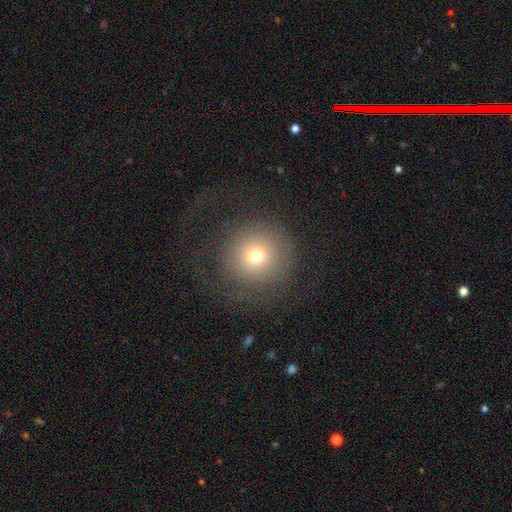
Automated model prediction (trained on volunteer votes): Smooth or featured: smooth — 66% (featured or disk — 18%)
How rounded: round — 95% (in between — 4%)
Merging: none — 68% (major disturbance — 19%)